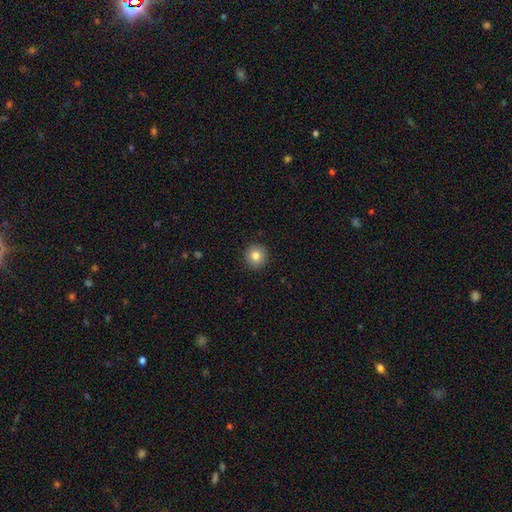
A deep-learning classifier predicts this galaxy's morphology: A smooth galaxy with no disk features (83%) that is round (94%).

Vote fractions:
- Smooth or featured? smooth: 83% / star or artifact: 9% / featured or disk: 8%
- How rounded? round: 94% / in between: 5% / cigar-shaped: 1%
- Merging? none: 92% / minor disturbance: 5% / major disturbance: 2% / merger: 1%